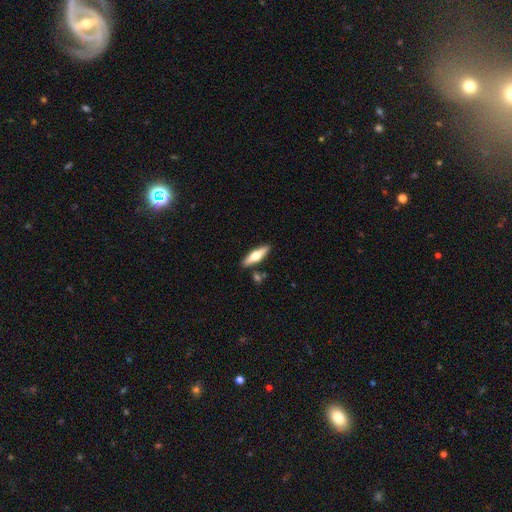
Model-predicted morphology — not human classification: Smooth or featured? featured or disk (48%)
Merging? none (85%)